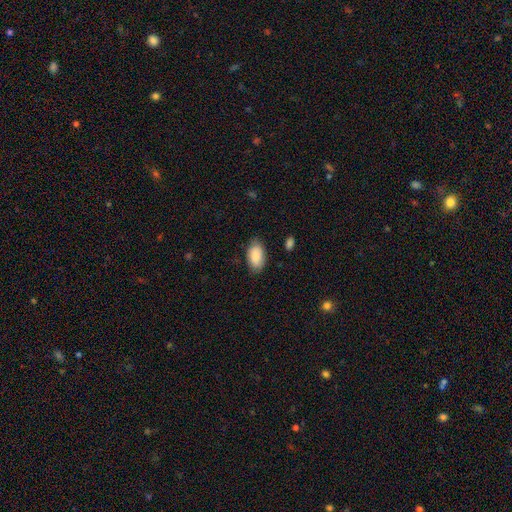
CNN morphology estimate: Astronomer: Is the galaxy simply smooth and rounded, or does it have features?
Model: smooth — 86%.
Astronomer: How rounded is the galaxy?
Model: in between — 94%.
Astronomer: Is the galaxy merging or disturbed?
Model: none — 79%.